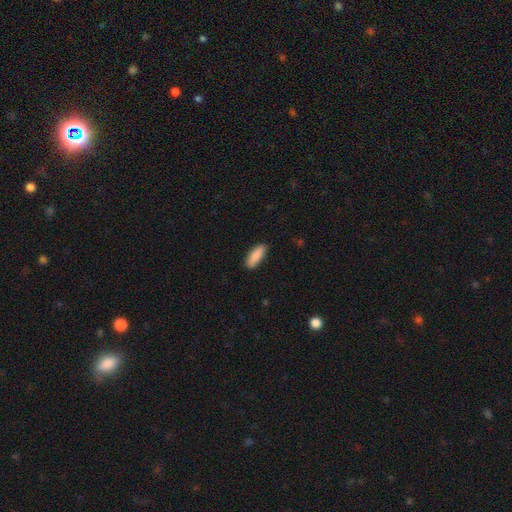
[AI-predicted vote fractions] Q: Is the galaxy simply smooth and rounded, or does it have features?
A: smooth — 88%.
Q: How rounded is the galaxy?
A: in between — 66%.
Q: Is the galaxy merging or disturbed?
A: none — 88%.